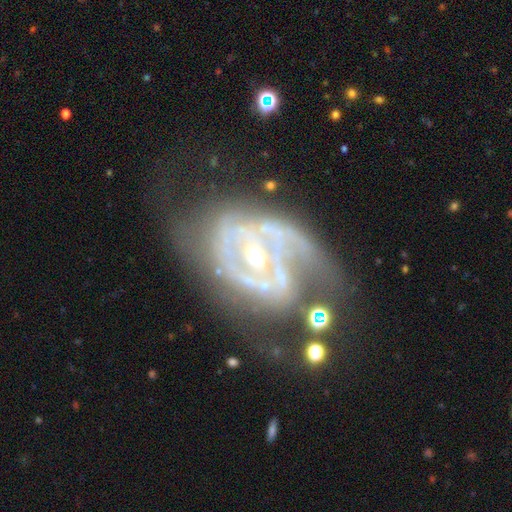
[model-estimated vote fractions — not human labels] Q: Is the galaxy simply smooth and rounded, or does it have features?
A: featured or disk — 85%.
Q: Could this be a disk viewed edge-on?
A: no — 96%.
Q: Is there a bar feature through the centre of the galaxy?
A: no — 48%.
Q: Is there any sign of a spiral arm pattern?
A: yes — 76%.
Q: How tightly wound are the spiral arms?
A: tight — 44%.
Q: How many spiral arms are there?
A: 2 — 41%.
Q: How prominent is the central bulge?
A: moderate — 57%.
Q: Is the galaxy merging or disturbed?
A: major disturbance — 35%, tied with none.